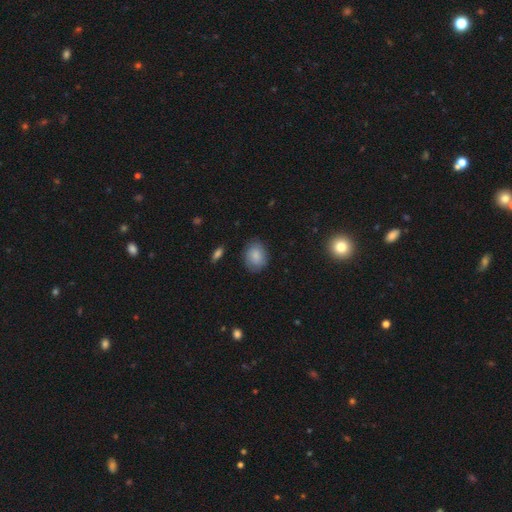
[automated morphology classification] Overall: smooth (74%). How rounded: in between (57%; round 42%). Merging: none (79%).